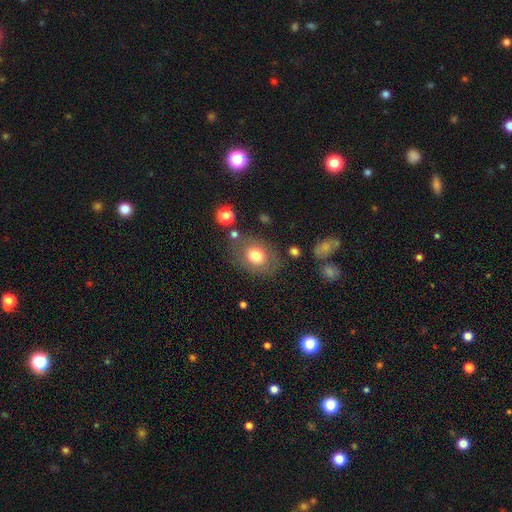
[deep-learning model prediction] Overall: smooth (74%). How rounded: in between (57%; round 42%). Merging: none (73%).